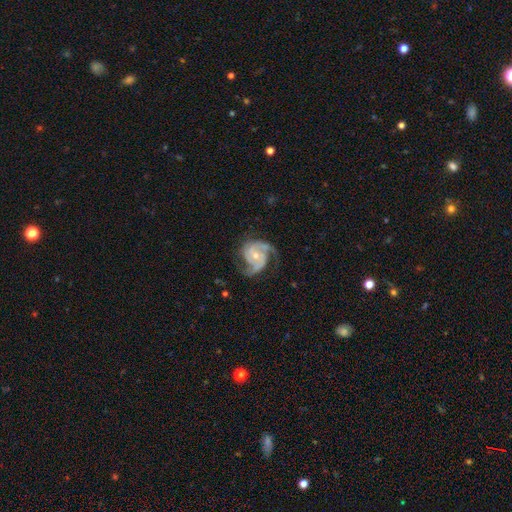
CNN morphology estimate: smooth-or-featured: featured or disk: 89% | smooth: 6% | star or artifact: 5%
  disk-edge-on: no: 98% | yes: 2%
    bar: no: 65% | weak: 27% | strong: 8%
    has-spiral-arms: yes: 98% | no: 2%
      spiral-winding: medium: 53% | tight: 30% | loose: 17%
      spiral-arm-count: 2: 70% | 3: 19% | can't tell: 4% | 1: 3% | 4: 2% | more than 4: 2%
    bulge-size: small: 51% | moderate: 45% | large: 2% | none: 2% | dominant: 1%
  merging: none: 66% | minor disturbance: 20% | major disturbance: 12% | merger: 2%